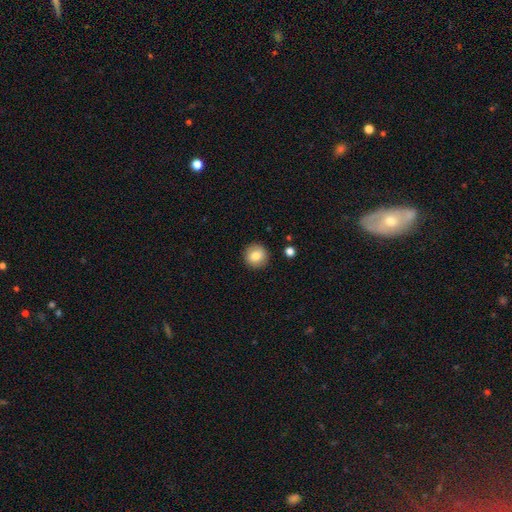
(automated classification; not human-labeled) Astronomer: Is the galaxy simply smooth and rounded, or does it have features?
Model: smooth — 81%.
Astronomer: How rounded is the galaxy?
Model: round — 93%.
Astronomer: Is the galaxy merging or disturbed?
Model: none — 90%.